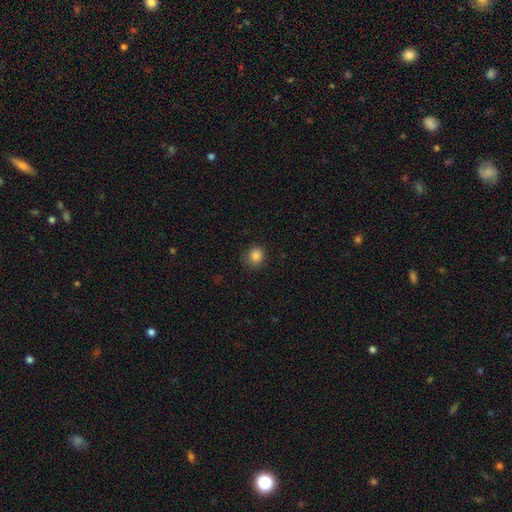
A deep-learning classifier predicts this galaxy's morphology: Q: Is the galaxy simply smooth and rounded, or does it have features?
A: smooth — 85%.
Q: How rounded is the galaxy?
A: round — 84%.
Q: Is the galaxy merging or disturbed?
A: none — 82%.